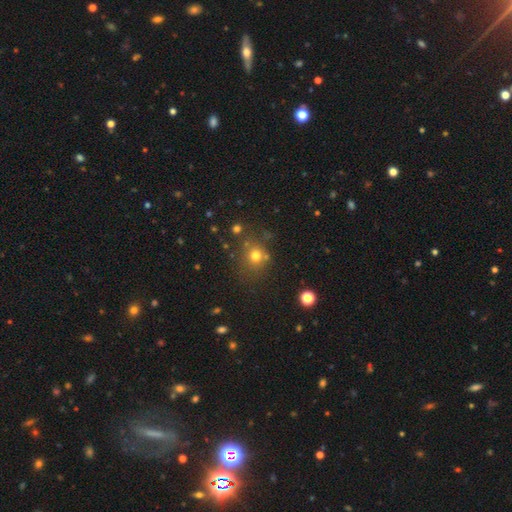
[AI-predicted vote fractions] The model was most divided on "smooth or featured": smooth: 72%, star or artifact: 19%, featured or disk: 9%. More confident: how rounded — round (81%); merging — none (72%).